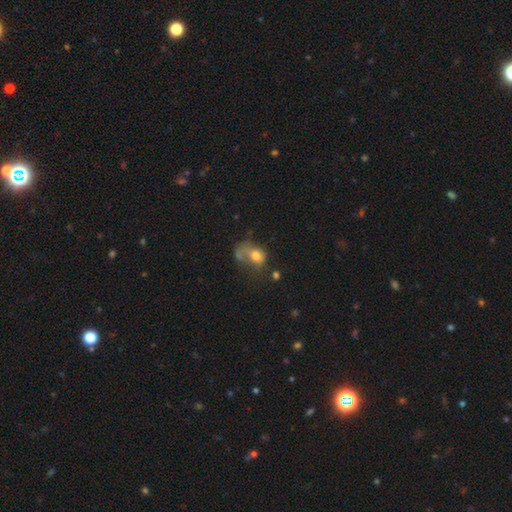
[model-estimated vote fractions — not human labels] Q: Smooth or featured?
A: smooth (61%); runner-up: featured or disk (28%)
Q: How rounded?
A: in between (63%); runner-up: round (35%)
Q: Merging?
A: major disturbance (49%); runner-up: none (21%)